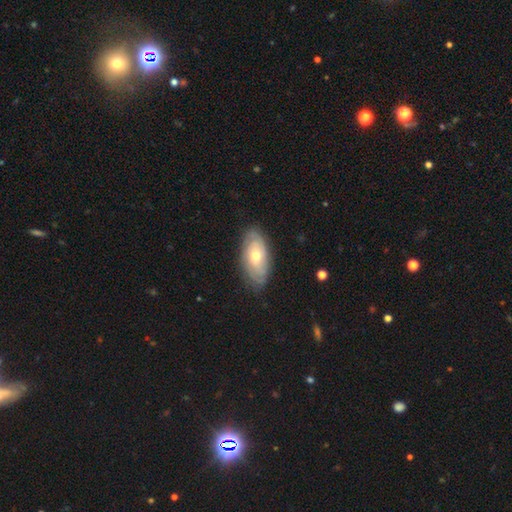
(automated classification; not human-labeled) Overall: featured or disk (58%; smooth 35%). Edge-on disk: no (89%). Bar: no (76%). Spiral arms: yes (75%). Bulge size: moderate (70%). Merging: none (79%).